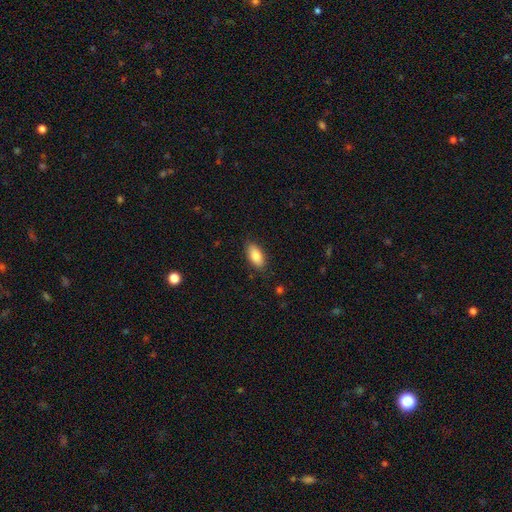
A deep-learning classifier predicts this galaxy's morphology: Smooth or featured: smooth — 85% (featured or disk — 9%)
How rounded: in between — 88% (cigar-shaped — 9%)
Merging: none — 84% (minor disturbance — 12%)